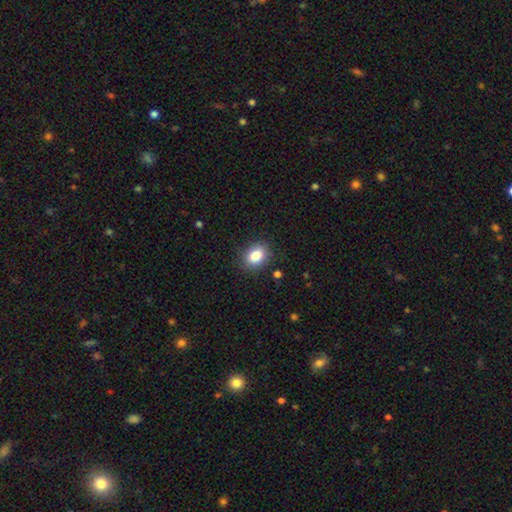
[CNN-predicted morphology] type=smooth (84%); roundness=in between (66%); merging=none (86%).